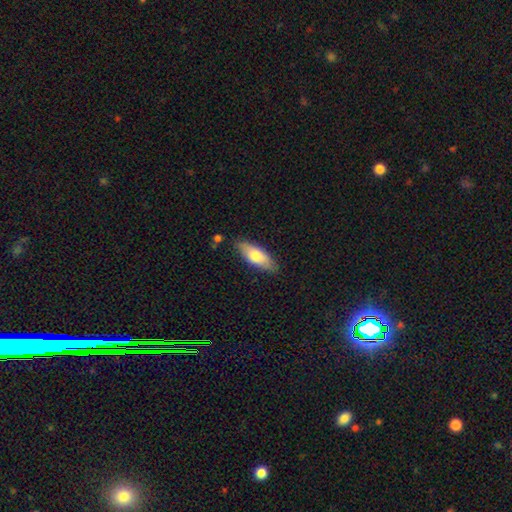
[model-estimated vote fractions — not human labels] The model was most divided on "how rounded": in between: 70%, cigar-shaped: 28%, round: 2%. More confident: merging — none (81%); smooth or featured — smooth (72%).